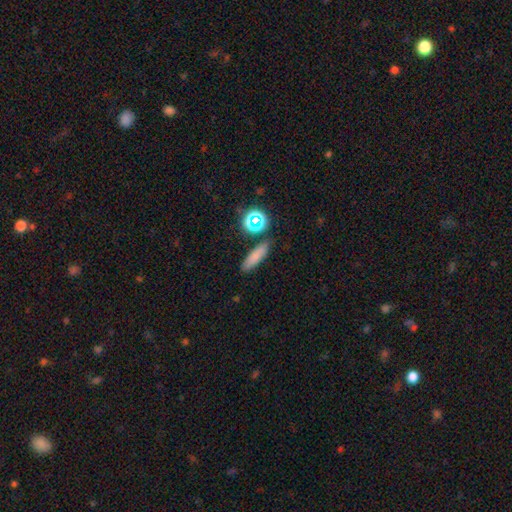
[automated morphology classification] type=smooth (76%); roundness=cigar-shaped (61%); merging=none (83%).